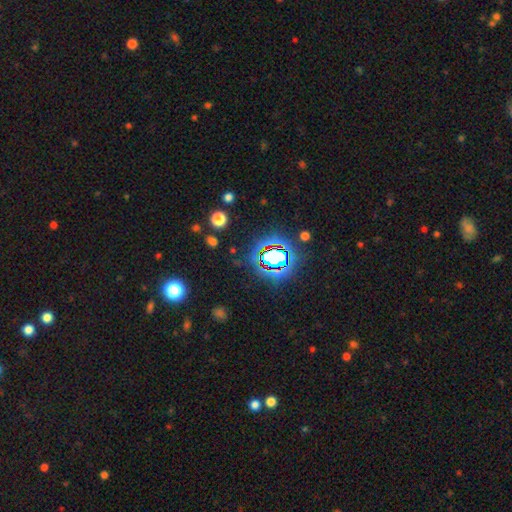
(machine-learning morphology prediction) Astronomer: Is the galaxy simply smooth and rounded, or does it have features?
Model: star or artifact — 77%.